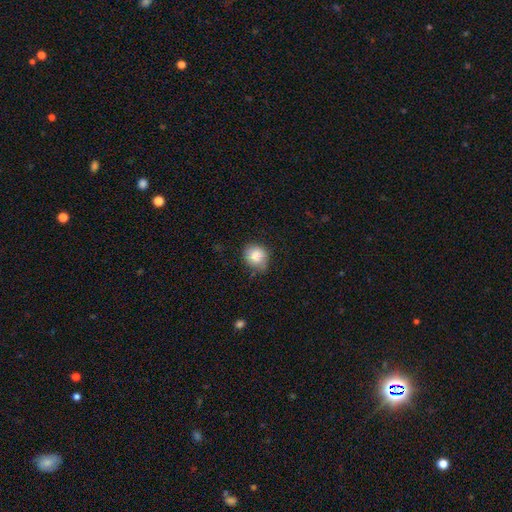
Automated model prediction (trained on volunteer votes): Morphology: type=smooth (83%); roundness=round (74%); merging=none (70%).